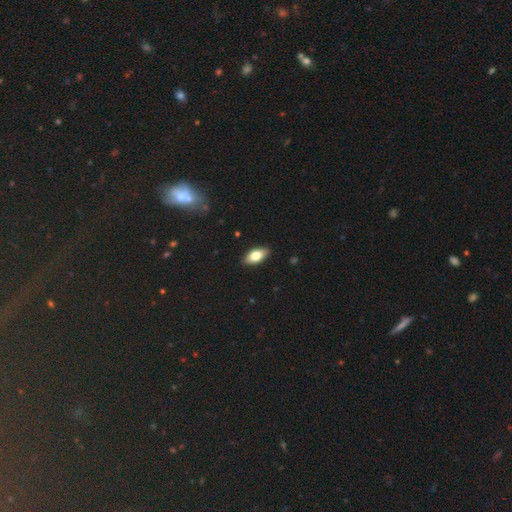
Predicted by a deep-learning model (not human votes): Smooth or featured? Predicted: smooth (p=0.77). How rounded? Predicted: in between (p=0.89). Merging? Predicted: none (p=0.89).